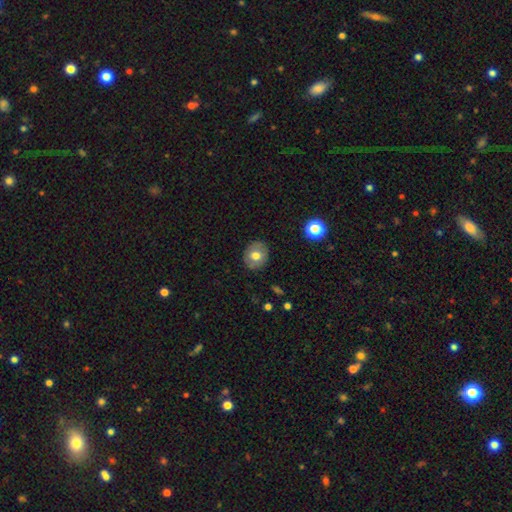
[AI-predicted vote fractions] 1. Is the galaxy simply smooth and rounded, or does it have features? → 69% smooth, 23% featured or disk, 8% star or artifact.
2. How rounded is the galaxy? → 68% round, 31% in between, 1% cigar-shaped.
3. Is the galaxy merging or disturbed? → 87% none, 10% minor disturbance, 2% major disturbance, 1% merger.